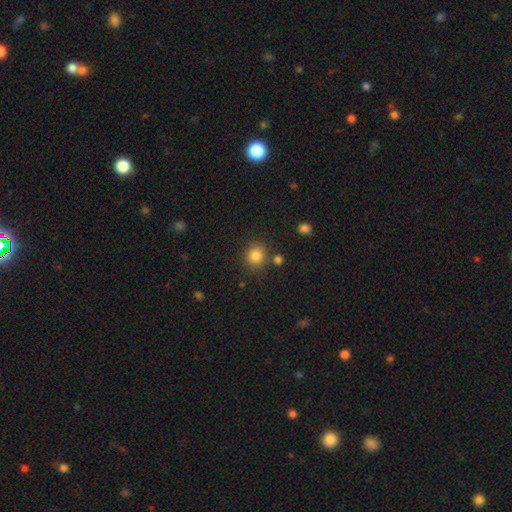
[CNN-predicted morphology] smooth 84%, star or artifact 12%, featured or disk 5%. Down the decision tree: how rounded — round (86%); merging — none (81%).